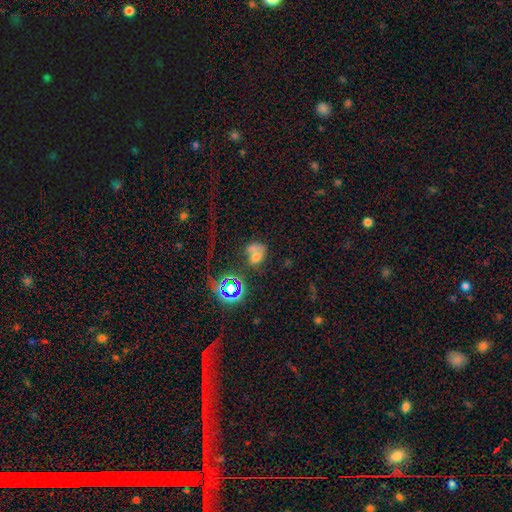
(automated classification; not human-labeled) A smooth galaxy with no disk features (50%). Merging: merger (45%).